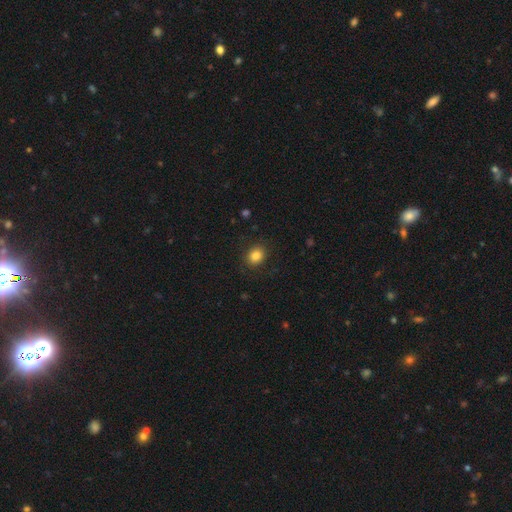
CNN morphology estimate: Q: Smooth or featured?
A: smooth (85%); runner-up: star or artifact (10%)
Q: How rounded?
A: round (62%); runner-up: in between (37%)
Q: Merging?
A: none (87%); runner-up: minor disturbance (9%)